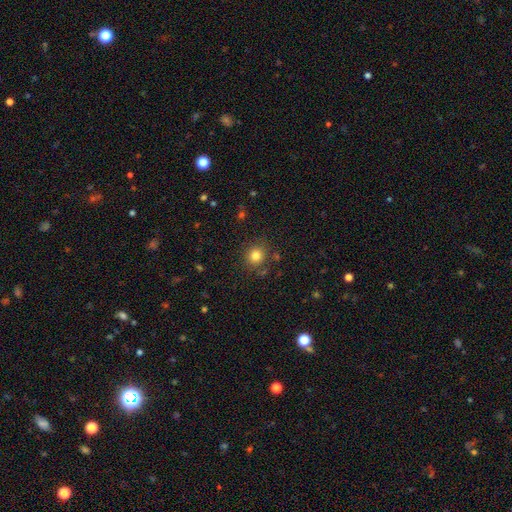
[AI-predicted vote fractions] The model was most divided on "smooth or featured": smooth: 81%, star or artifact: 13%, featured or disk: 6%. More confident: how rounded — round (88%); merging — none (83%).